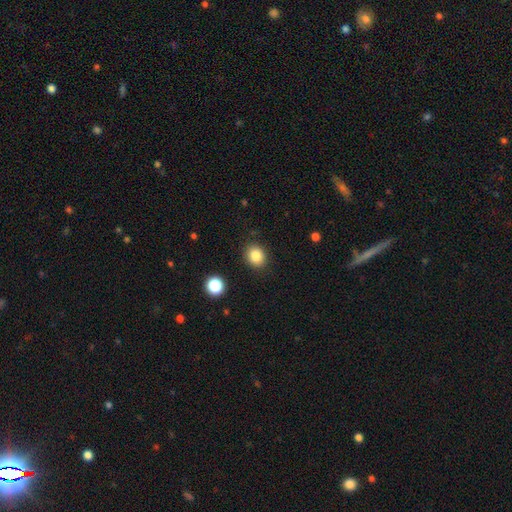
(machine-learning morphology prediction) Q: Smooth or featured?
A: smooth (85%); runner-up: star or artifact (10%)
Q: How rounded?
A: round (67%); runner-up: in between (32%)
Q: Merging?
A: none (88%); runner-up: minor disturbance (8%)